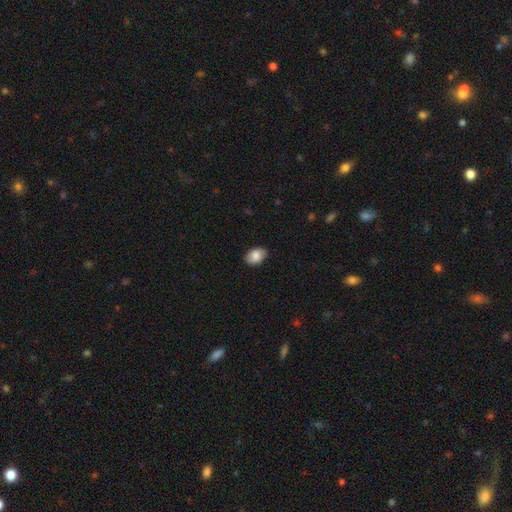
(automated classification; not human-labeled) The model was most divided on "merging": none: 81%, minor disturbance: 15%, major disturbance: 2%, merger: 1%. More confident: how rounded — in between (85%); smooth or featured — smooth (85%).